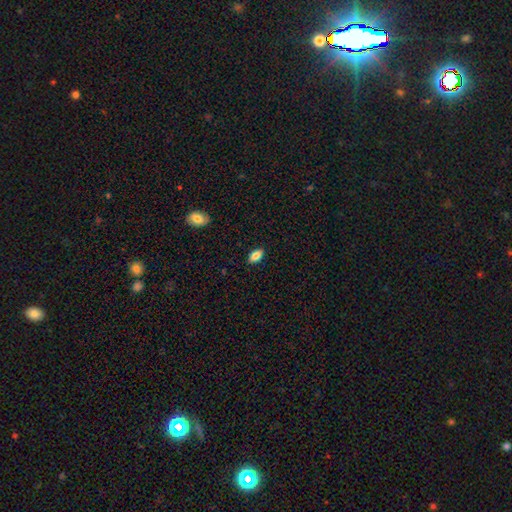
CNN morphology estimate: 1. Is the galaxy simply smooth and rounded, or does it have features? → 80% smooth, 12% featured or disk, 8% star or artifact.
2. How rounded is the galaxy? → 89% in between, 7% cigar-shaped, 4% round.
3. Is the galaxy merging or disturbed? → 88% none, 9% minor disturbance, 2% major disturbance, 1% merger.